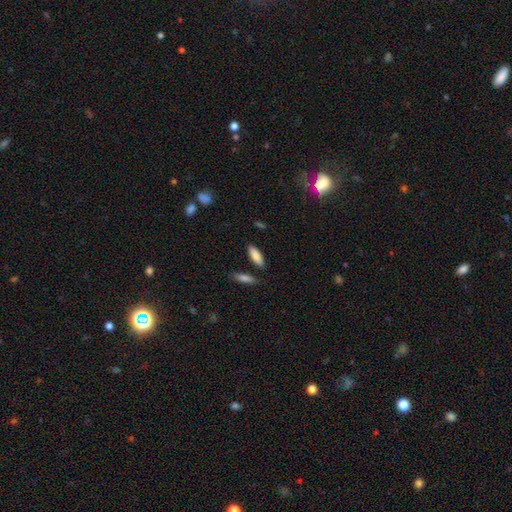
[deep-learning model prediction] A smooth galaxy with no disk features (85%) that is in between round and cigar-shaped (64%).

Vote fractions:
- Smooth or featured? smooth: 85% / featured or disk: 9% / star or artifact: 6%
- How rounded? in between: 64% / cigar-shaped: 34% / round: 2%
- Merging? none: 84% / minor disturbance: 10% / merger: 4% / major disturbance: 2%